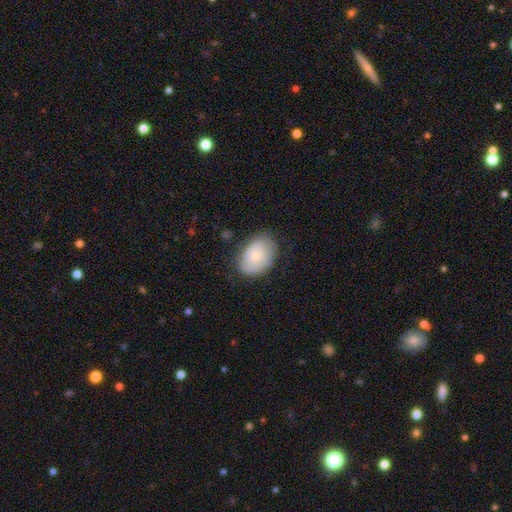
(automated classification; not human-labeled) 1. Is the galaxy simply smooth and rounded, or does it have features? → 55% smooth, 38% featured or disk, 7% star or artifact.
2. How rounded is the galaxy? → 78% in between, 21% round, 1% cigar-shaped.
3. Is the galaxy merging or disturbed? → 73% none, 20% minor disturbance, 6% major disturbance, 1% merger.